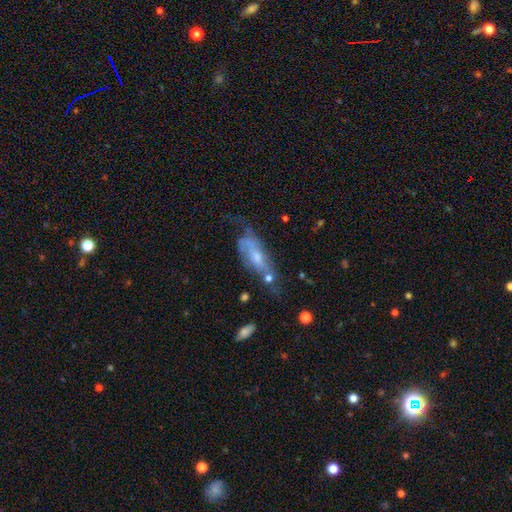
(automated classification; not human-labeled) A featured or disk galaxy (62%) with no bar (64%), spiral arms (70%) and a small central bulge (47%).

Vote fractions:
- Smooth or featured? featured or disk: 62% / smooth: 30% / star or artifact: 8%
- Edge-on disk? no: 82% / yes: 18%
- Bar? no: 64% / weak: 28% / strong: 8%
- Spiral arms? yes: 70% / no: 30%
- Bulge size? small: 47% / moderate: 40% / none: 7% / large: 4% / dominant: 1%
- Merging? none: 34% / major disturbance: 29% / minor disturbance: 27% / merger: 10%